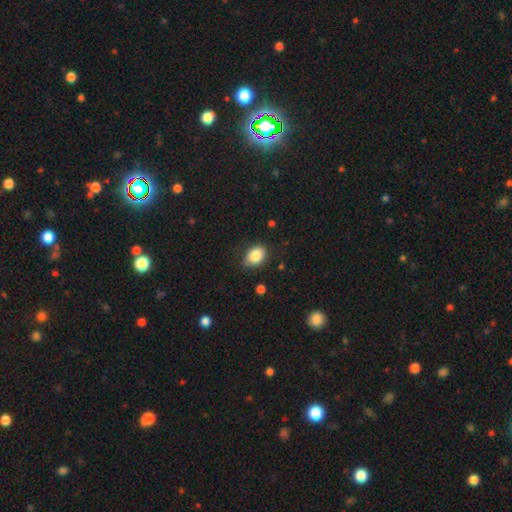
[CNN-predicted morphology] type=smooth (85%); roundness=in between (80%); merging=none (79%).